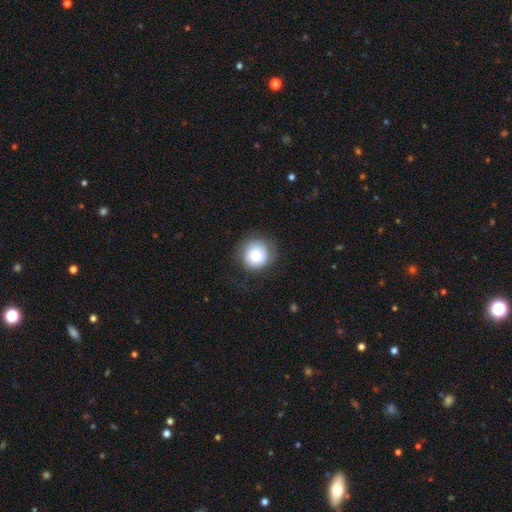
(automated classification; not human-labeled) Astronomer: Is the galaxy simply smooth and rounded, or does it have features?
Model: smooth — 74%.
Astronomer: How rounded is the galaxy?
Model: round — 92%.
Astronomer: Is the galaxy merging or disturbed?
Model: none — 77%.